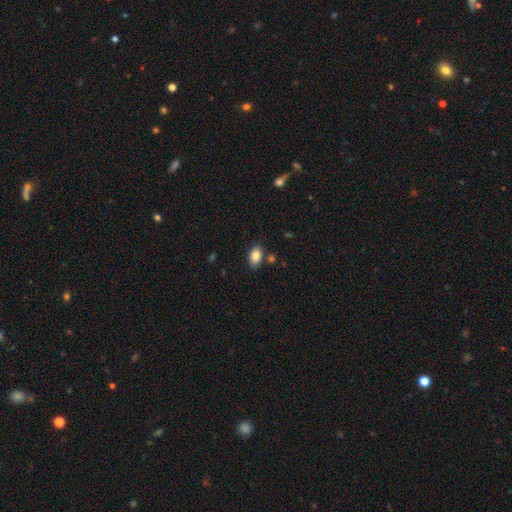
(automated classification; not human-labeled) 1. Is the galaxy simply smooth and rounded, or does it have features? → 86% smooth, 8% star or artifact, 6% featured or disk.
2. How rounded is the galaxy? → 89% in between, 9% round, 2% cigar-shaped.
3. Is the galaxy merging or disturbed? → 81% none, 12% minor disturbance, 5% merger, 3% major disturbance.